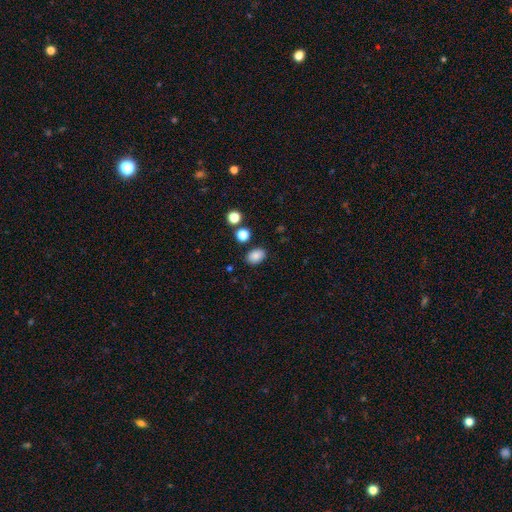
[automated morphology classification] A smooth galaxy with no disk features (85%) that is in between round and cigar-shaped (79%). Merging: none (84%).